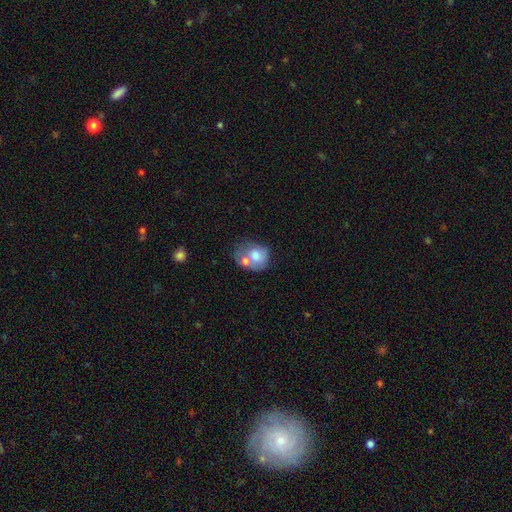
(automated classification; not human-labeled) Smooth or featured?
  - smooth: 66% *
  - featured or disk: 27%
  - star or artifact: 7%
How rounded?
  - round: 55% *
  - in between: 44%
  - cigar-shaped: 1%
Merging?
  - merger: 55% *
  - none: 25%
  - minor disturbance: 13%
  - major disturbance: 7%